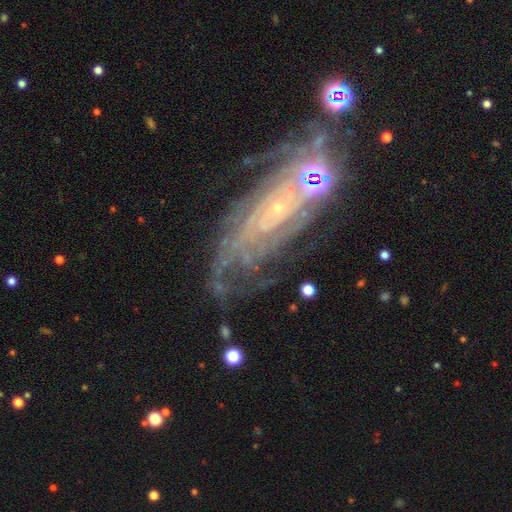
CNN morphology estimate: This is clearly a featured or disk galaxy (84%). It is clearly not viewed edge-on (91%). Bar: likely no (65%). Spiral arm pattern: clearly yes (95%). Spiral arm count: marginally can't tell (39%). Spiral winding: likely tight (65%). Central bulge: clearly small (83%). Merging: likely none (63%).